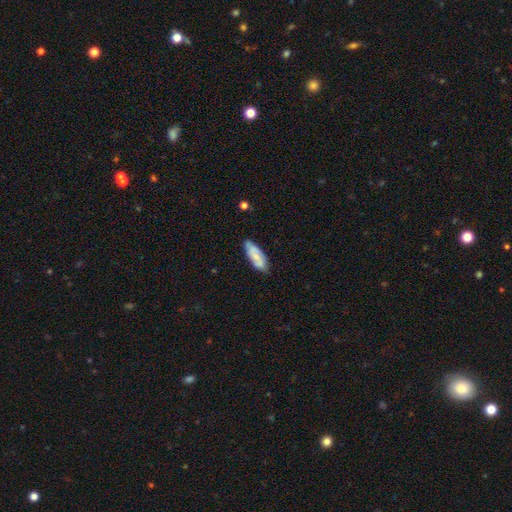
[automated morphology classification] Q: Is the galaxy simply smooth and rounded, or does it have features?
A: smooth — 61%.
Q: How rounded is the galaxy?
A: in between — 72%.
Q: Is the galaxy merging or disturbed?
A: none — 72%.